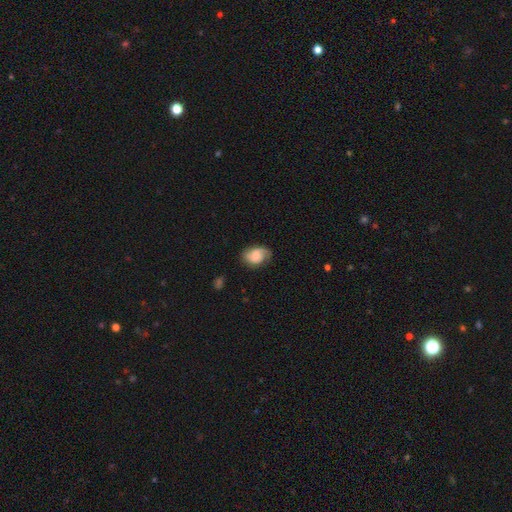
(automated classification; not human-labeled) This is possibly a featured or disk galaxy (48%). Merging: likely none (67%).